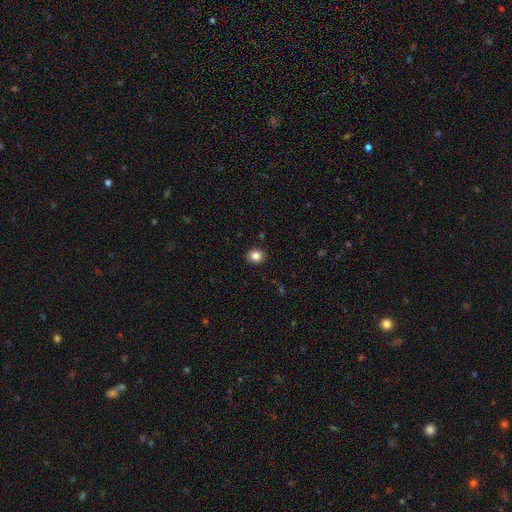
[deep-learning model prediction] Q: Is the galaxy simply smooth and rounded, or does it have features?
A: smooth — 85%.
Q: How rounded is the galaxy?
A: round — 76%.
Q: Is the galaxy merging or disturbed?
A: none — 91%.